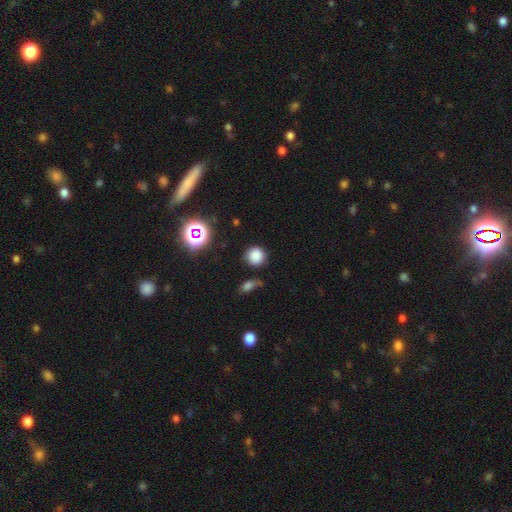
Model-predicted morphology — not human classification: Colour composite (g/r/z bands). It shows a smooth galaxy with no disk features (79%) that is round (89%). Merging: none (77%).